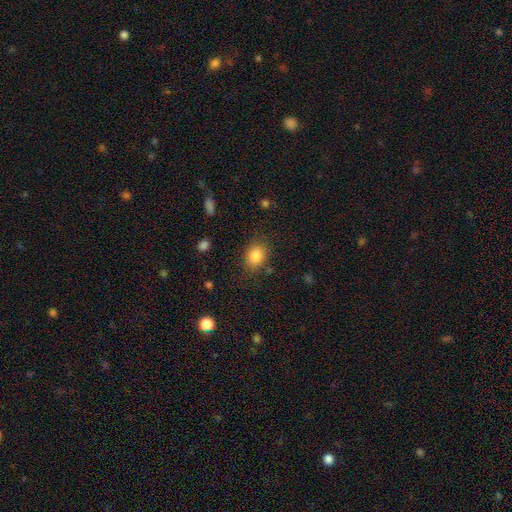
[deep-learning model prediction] Morphology: type=smooth (85%); roundness=in between (51%); merging=none (80%).